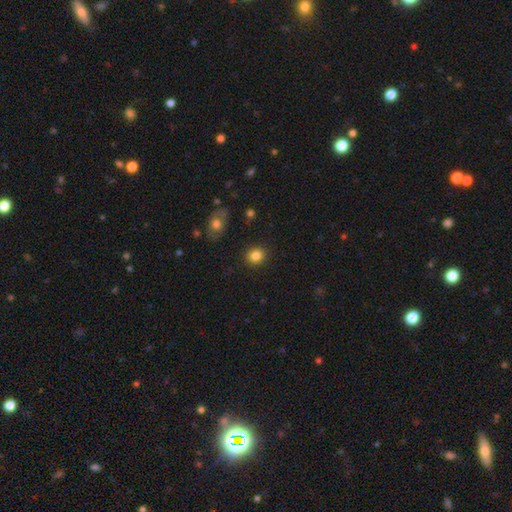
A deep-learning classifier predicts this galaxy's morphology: smooth_or_featured: smooth (p=0.84) [alt: star or artifact p=0.10]
how_rounded: round (p=0.75) [alt: in between p=0.24]
merging: none (p=0.90) [alt: minor disturbance p=0.07]